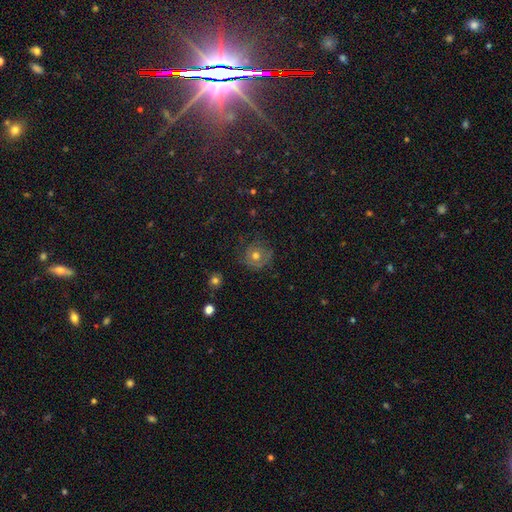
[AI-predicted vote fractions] Smooth or featured? Predicted: smooth (p=0.51). How rounded? Predicted: round (p=0.90). Merging? Predicted: none (p=0.73).